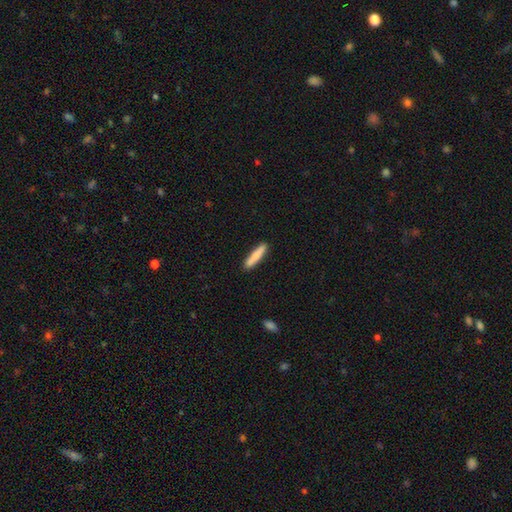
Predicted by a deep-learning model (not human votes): Smooth or featured?
  - smooth: 78% *
  - featured or disk: 16%
  - star or artifact: 6%
How rounded?
  - cigar-shaped: 88% *
  - in between: 11%
  - round: 1%
Merging?
  - none: 87% *
  - minor disturbance: 9%
  - merger: 2%
  - major disturbance: 2%